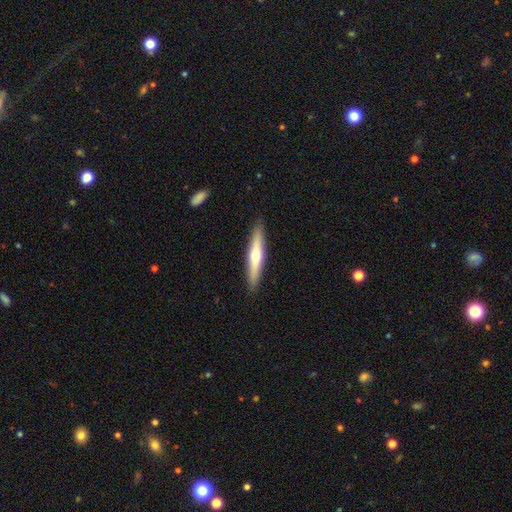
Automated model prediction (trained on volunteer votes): A featured or disk galaxy (51%) viewed edge-on (93%). Merging: none (91%).